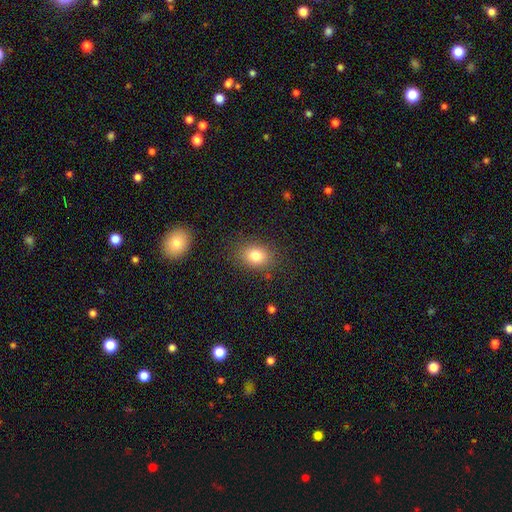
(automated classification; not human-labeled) Smooth or featured?
  - smooth: 80% *
  - star or artifact: 11%
  - featured or disk: 8%
How rounded?
  - in between: 60% *
  - round: 39%
  - cigar-shaped: 1%
Merging?
  - none: 83% *
  - minor disturbance: 11%
  - major disturbance: 4%
  - merger: 2%